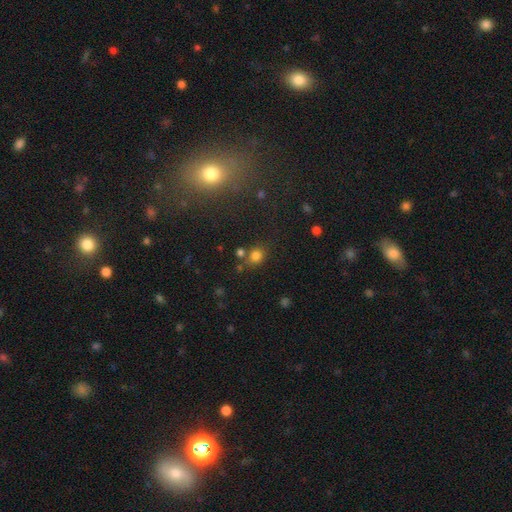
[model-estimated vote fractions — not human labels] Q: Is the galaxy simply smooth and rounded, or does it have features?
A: smooth — 77%.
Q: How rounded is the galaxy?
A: round — 73%.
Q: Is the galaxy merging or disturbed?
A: none — 70%.